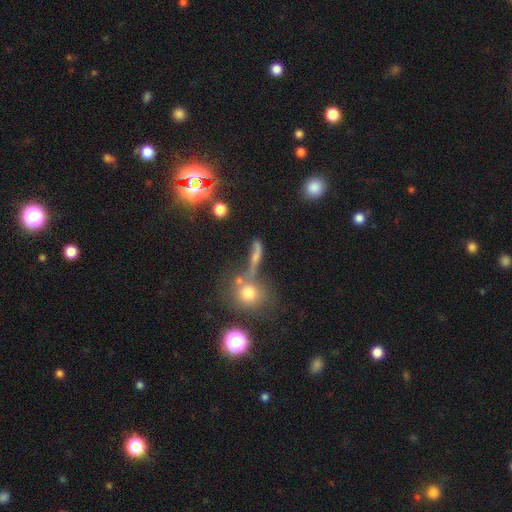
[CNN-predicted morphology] The model was most divided on "merging": none: 41%, merger: 26%, major disturbance: 17%, minor disturbance: 16%. Remaining: smooth or featured — smooth (53%); how rounded — cigar-shaped (49%).